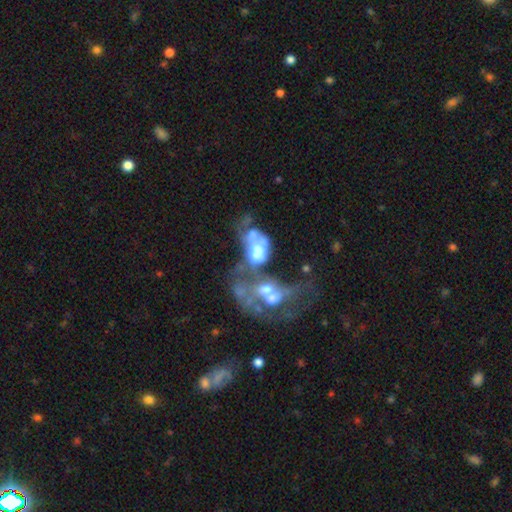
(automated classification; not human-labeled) featured or disk 59%, smooth 28%, star or artifact 14%. Down the decision tree: edge-on disk — no (97%); bar — no (87%); spiral arms — no (89%); bulge size — none (30%, tied with moderate); merging — merger (63%).